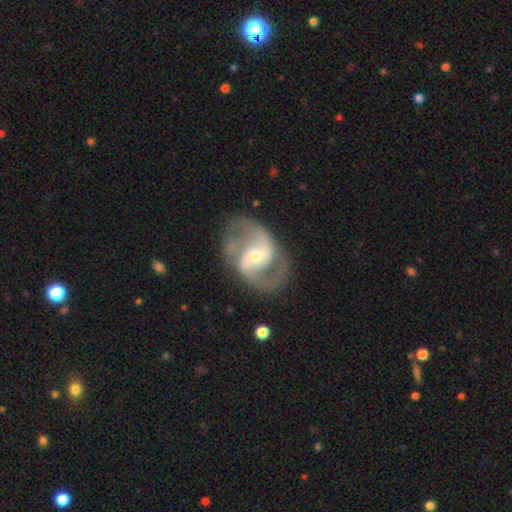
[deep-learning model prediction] A featured or disk galaxy (89%) with a weak bar (44%), 2 (90%) medium (55%) spiral arms (95%) and a small central bulge (49%). Merging: none (75%).